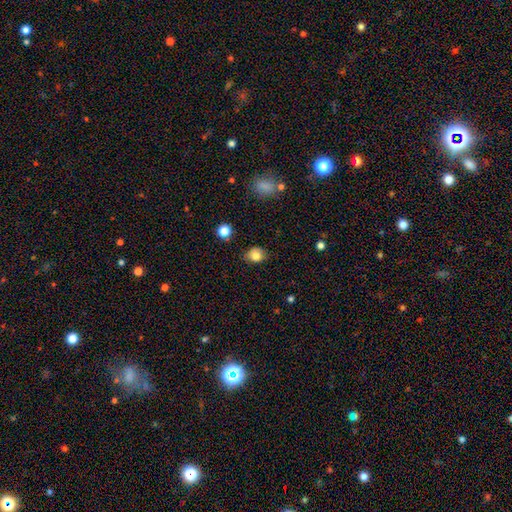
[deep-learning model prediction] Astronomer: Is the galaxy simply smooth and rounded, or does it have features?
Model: smooth — 81%.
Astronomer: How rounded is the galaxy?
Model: round — 58% (runner-up: in between, 41%).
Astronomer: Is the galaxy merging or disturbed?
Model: none — 75%.